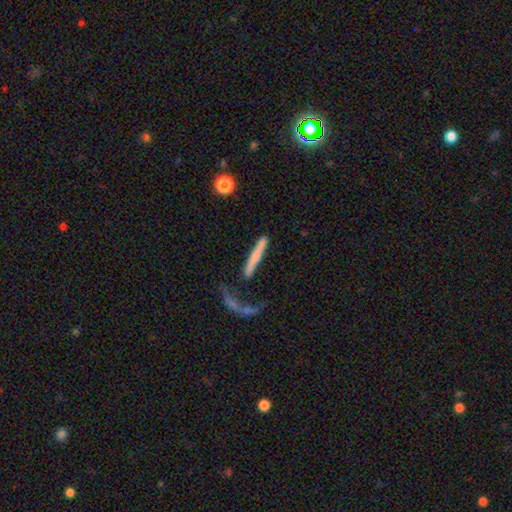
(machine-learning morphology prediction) Smooth or featured? Predicted: smooth (p=0.56). How rounded? Predicted: cigar-shaped (p=0.93). Merging? Predicted: none (p=0.50).